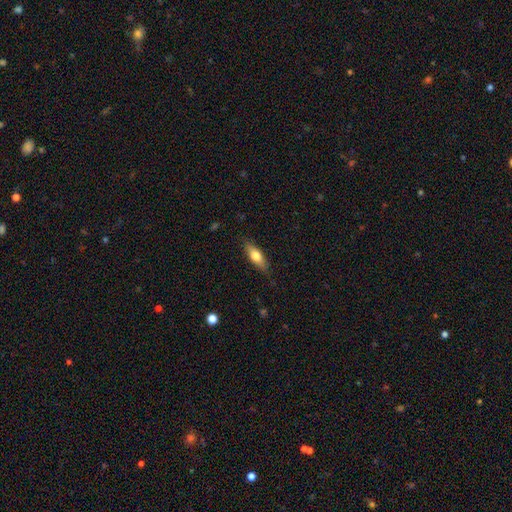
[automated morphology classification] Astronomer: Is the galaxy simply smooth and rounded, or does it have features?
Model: smooth — 68%.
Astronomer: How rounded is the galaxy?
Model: in between — 60% (runner-up: cigar-shaped, 38%).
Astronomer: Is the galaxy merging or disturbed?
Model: none — 84%.